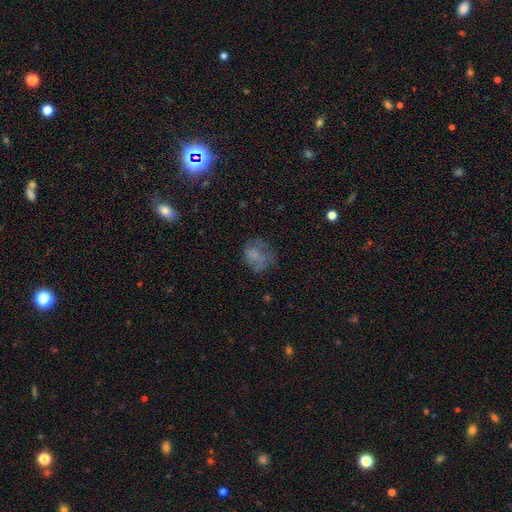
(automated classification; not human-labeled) smooth 61%, featured or disk 24%, star or artifact 15%. Down the decision tree: how rounded — round (52%); merging — none (48%).